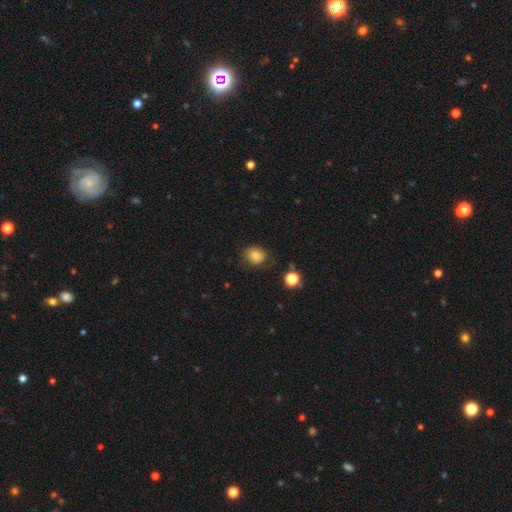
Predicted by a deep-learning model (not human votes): smooth-or-featured: smooth: 83% | star or artifact: 11% | featured or disk: 6%
  how-rounded: round: 70% | in between: 30% | cigar-shaped: 1%
  merging: none: 76% | minor disturbance: 17% | major disturbance: 5% | merger: 2%